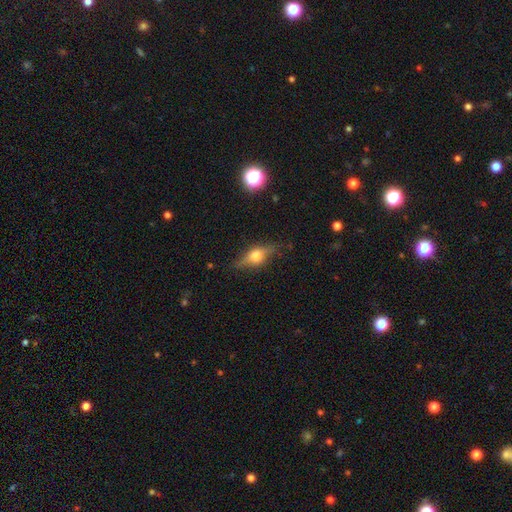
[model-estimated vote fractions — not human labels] A featured or disk galaxy (58%) viewed edge-on (92%) with a rounded central bulge (92%).

Vote fractions:
- Smooth or featured? featured or disk: 58% / smooth: 32% / star or artifact: 9%
- Edge-on disk? yes: 92% / no: 8%
- Edge-on bulge? rounded: 92% / boxy: 7% / none: 2%
- Merging? none: 79% / minor disturbance: 15% / major disturbance: 4% / merger: 1%